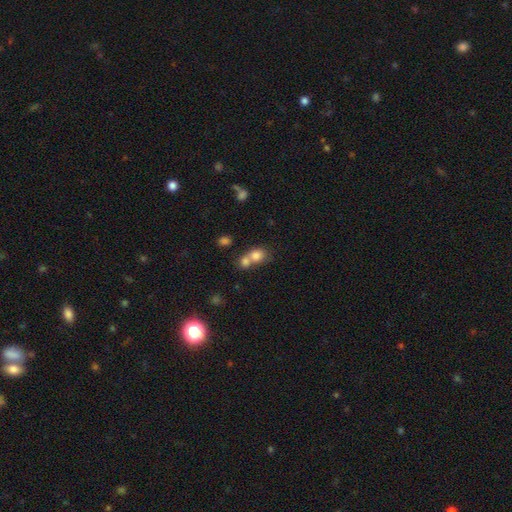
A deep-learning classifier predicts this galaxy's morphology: Smooth or featured? smooth (77%)
How rounded? round (66%)
Merging? merger (60%)